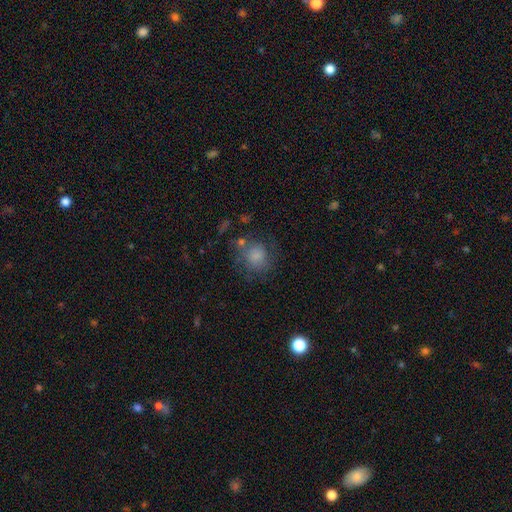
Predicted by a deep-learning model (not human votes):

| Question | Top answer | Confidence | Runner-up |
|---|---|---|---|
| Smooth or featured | smooth | 74% | featured or disk (16%) |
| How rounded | round | 80% | in between (19%) |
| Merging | none | 57% | minor disturbance (21%) |